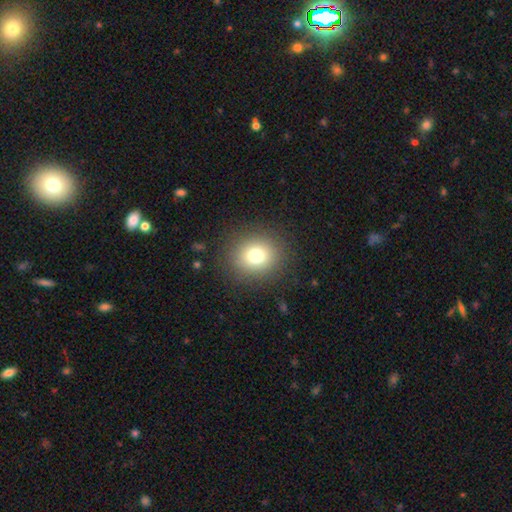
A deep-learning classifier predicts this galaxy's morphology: smooth-or-featured: smooth: 77% | star or artifact: 14% | featured or disk: 10%
  how-rounded: round: 82% | in between: 17% | cigar-shaped: 1%
  merging: none: 88% | minor disturbance: 7% | major disturbance: 4% | merger: 1%